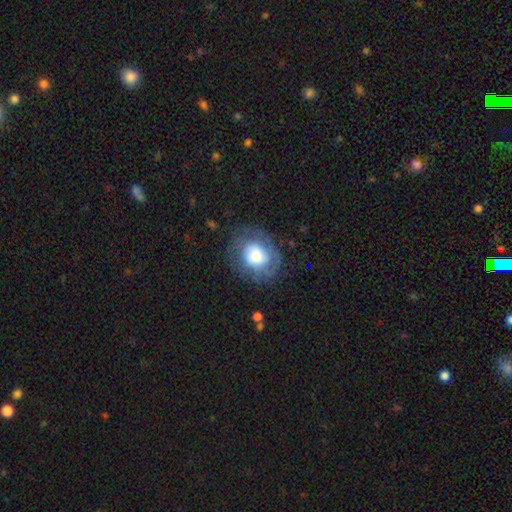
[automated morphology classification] type=smooth (56%); roundness=round (62%); merging=none (65%).